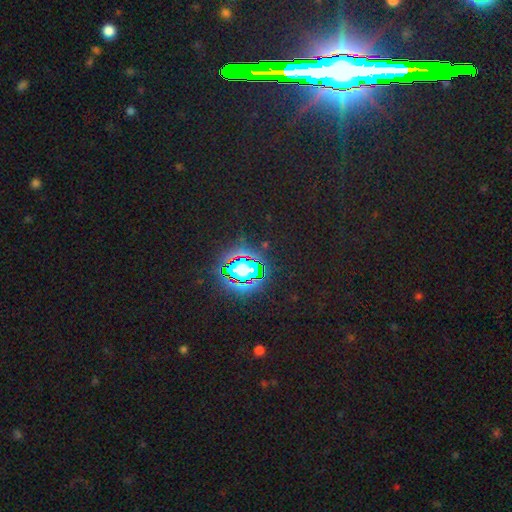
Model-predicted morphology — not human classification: Smooth or featured? Predicted: star or artifact (p=0.83).